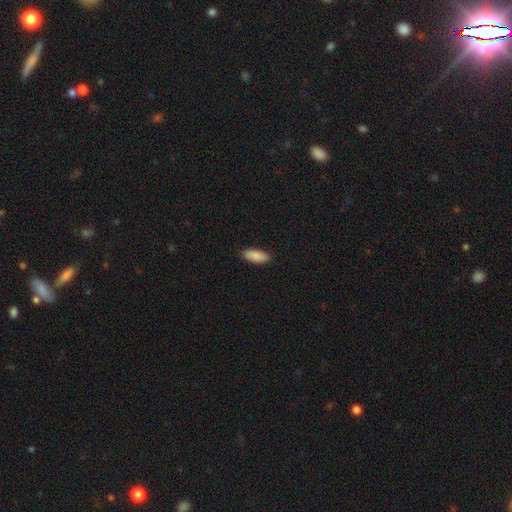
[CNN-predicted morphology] Smooth or featured: smooth — 89% (star or artifact — 6%)
How rounded: in between — 81% (cigar-shaped — 17%)
Merging: none — 87% (minor disturbance — 10%)